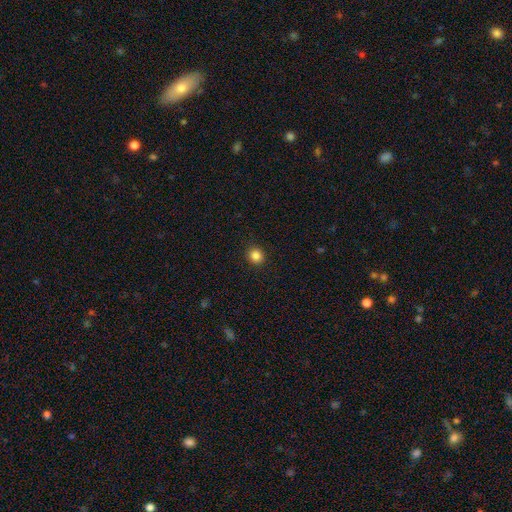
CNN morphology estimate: The model was most divided on "smooth or featured": smooth: 85%, star or artifact: 11%, featured or disk: 4%. More confident: merging — none (92%); how rounded — round (87%).